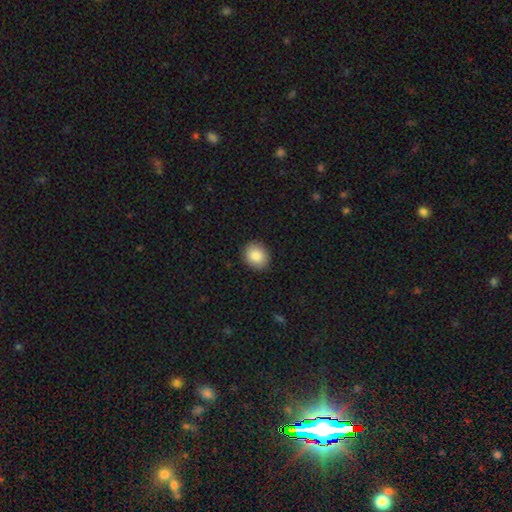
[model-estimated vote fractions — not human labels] smooth 87%, star or artifact 7%, featured or disk 5%. Down the decision tree: how rounded — round (67%); merging — none (90%).